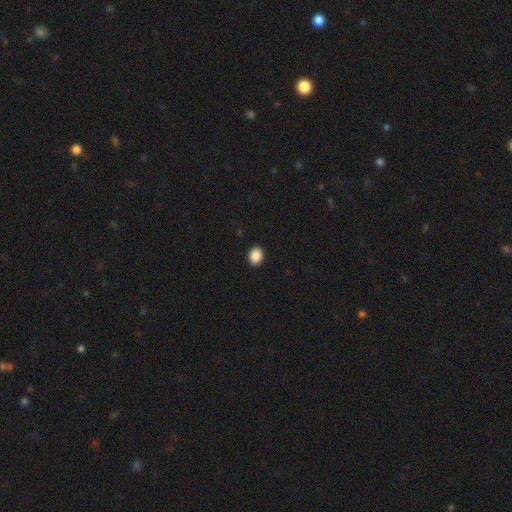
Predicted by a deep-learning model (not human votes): smooth-or-featured: smooth: 89% | star or artifact: 8% | featured or disk: 2%
  how-rounded: in between: 53% | round: 46% | cigar-shaped: 1%
  merging: none: 92% | minor disturbance: 5% | major disturbance: 2% | merger: 1%